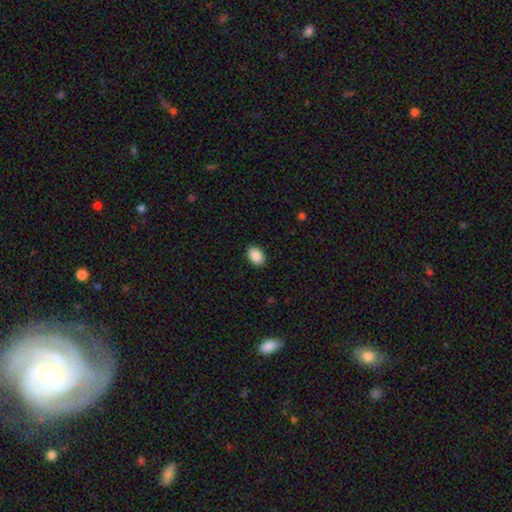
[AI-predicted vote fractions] Smooth or featured? smooth (90%)
How rounded? in between (81%)
Merging? none (90%)